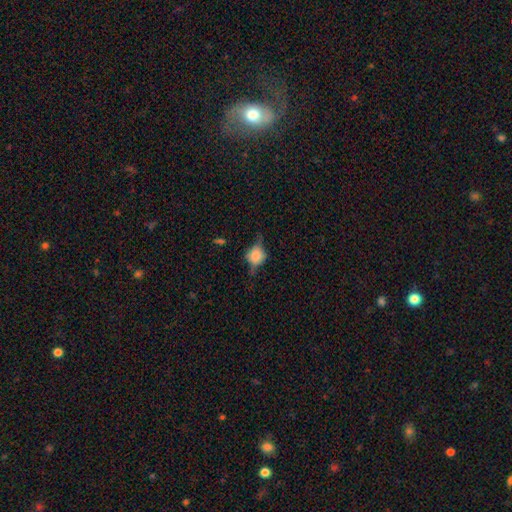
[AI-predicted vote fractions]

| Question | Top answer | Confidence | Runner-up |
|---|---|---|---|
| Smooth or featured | smooth | 47% | featured or disk (41%) |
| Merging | none | 58% | minor disturbance (27%) |